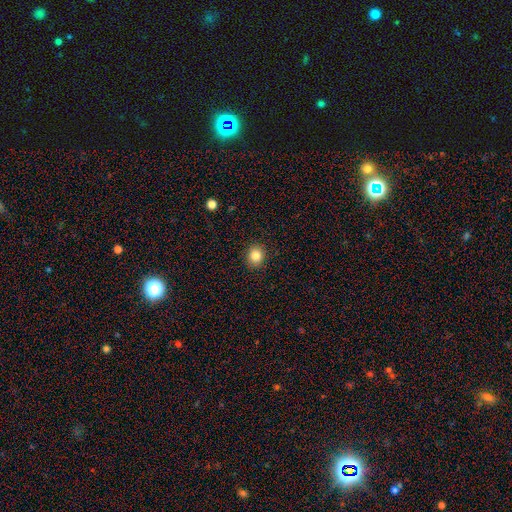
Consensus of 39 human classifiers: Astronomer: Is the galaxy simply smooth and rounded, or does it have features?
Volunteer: smooth — 92%.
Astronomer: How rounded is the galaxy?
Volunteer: round — 86%.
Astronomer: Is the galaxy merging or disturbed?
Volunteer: none — 100%.